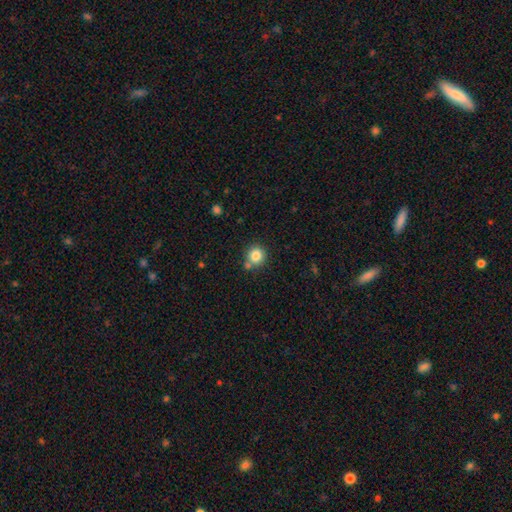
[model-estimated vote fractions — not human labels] Smooth or featured? Predicted: smooth (p=0.83). How rounded? Predicted: round (p=0.90). Merging? Predicted: none (p=0.74).